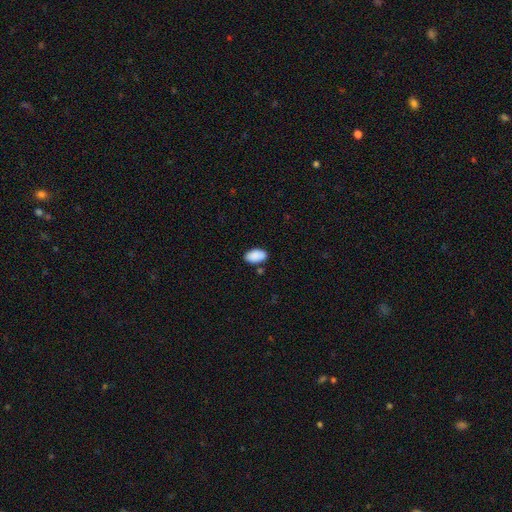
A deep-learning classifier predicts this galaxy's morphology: type=smooth (89%); roundness=in between (94%); merging=none (80%).